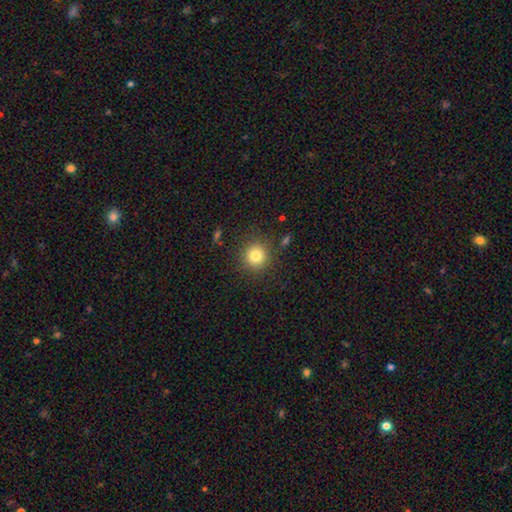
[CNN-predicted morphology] Smooth or featured? Predicted: smooth (p=0.81). How rounded? Predicted: round (p=0.93). Merging? Predicted: none (p=0.87).